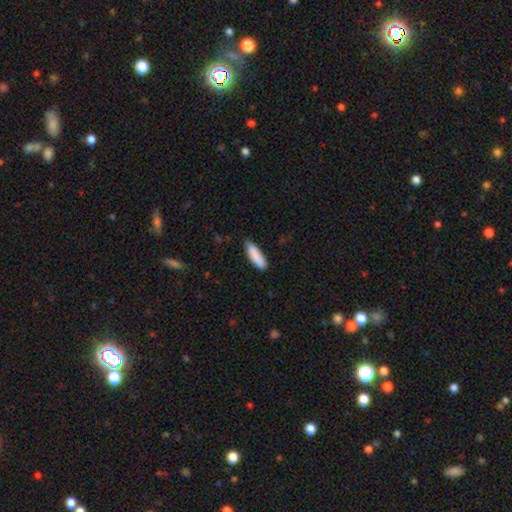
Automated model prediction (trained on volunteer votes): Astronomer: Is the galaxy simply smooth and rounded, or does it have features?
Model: smooth — 89%.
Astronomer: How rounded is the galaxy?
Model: in between — 49%, tied with cigar-shaped at 49%.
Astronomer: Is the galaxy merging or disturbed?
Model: none — 81%.